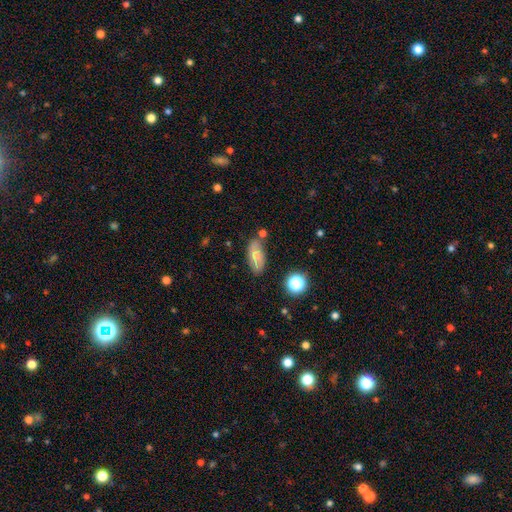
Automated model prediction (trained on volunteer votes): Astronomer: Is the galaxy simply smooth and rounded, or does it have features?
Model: smooth — 71%.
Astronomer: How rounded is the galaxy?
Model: in between — 83%.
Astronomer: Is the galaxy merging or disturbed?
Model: none — 73%.